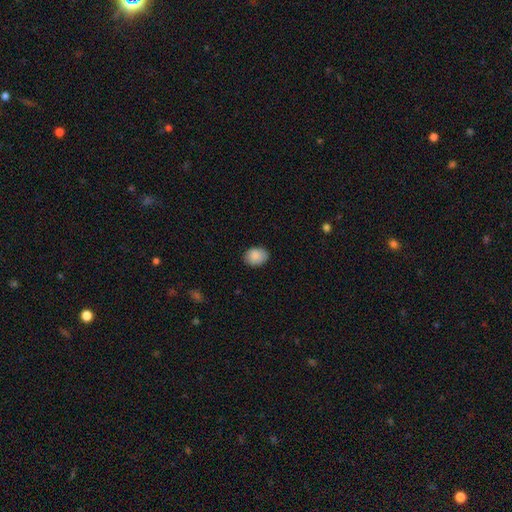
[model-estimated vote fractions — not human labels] smooth_or_featured: smooth (p=0.89) [alt: star or artifact p=0.07]
how_rounded: in between (p=0.60) [alt: round p=0.39]
merging: none (p=0.85) [alt: minor disturbance p=0.12]